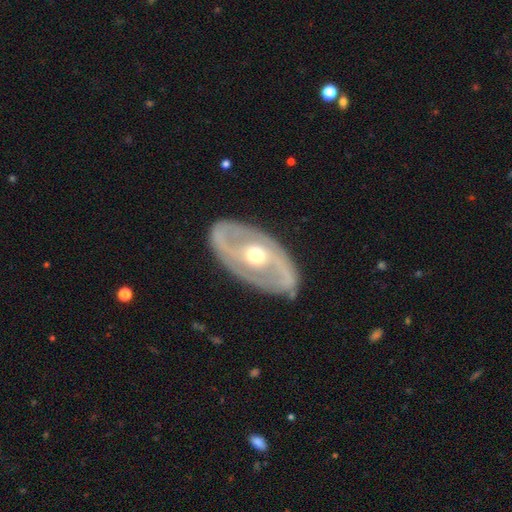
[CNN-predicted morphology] Smooth or featured: featured or disk — 85% (smooth — 11%)
Edge-on disk: no — 93% (yes — 7%)
Bar: no — 63% (weak — 25%)
Spiral arms: yes — 78% (no — 22%)
Spiral winding: medium — 40% (tight — 39%)
Spiral arm count: 2 — 84% (can't tell — 9%)
Bulge size: moderate — 73% (small — 19%)
Merging: none — 83% (minor disturbance — 11%)